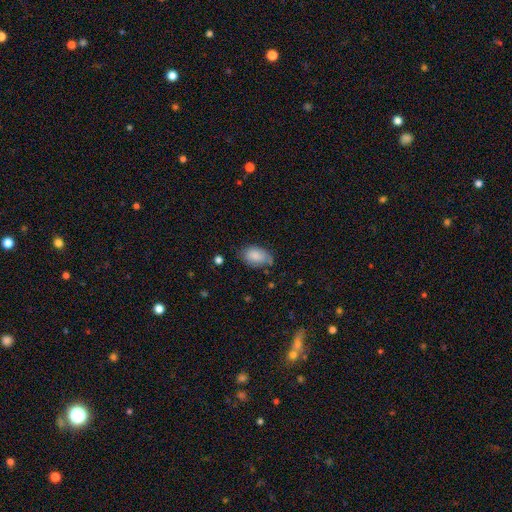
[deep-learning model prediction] Smooth or featured: smooth — 84% (featured or disk — 9%)
How rounded: in between — 91% (round — 7%)
Merging: none — 58% (minor disturbance — 32%)